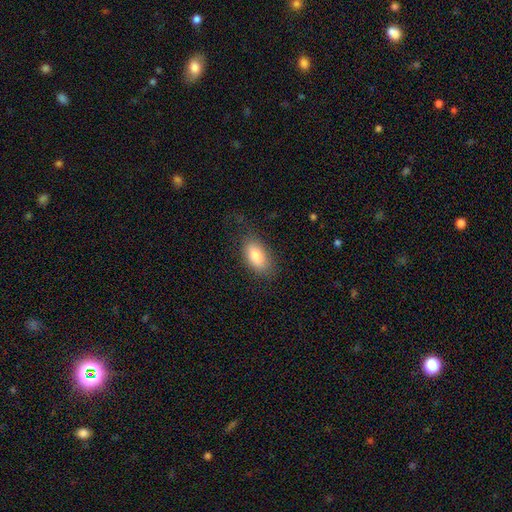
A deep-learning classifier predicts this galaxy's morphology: A smooth galaxy with no disk features (82%) that is in between round and cigar-shaped (91%).

Vote fractions:
- Smooth or featured? smooth: 82% / featured or disk: 11% / star or artifact: 7%
- How rounded? in between: 91% / cigar-shaped: 5% / round: 4%
- Merging? none: 77% / minor disturbance: 16% / major disturbance: 6% / merger: 1%